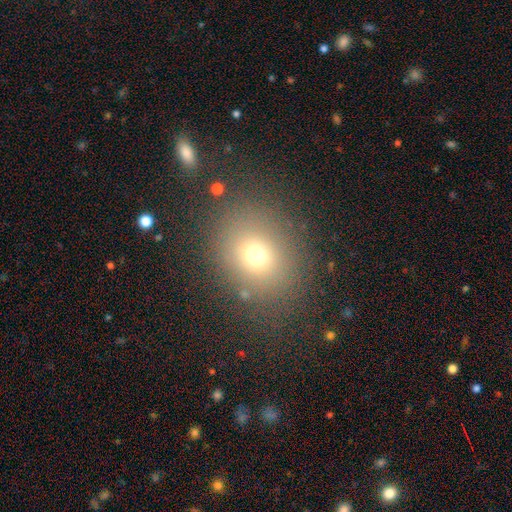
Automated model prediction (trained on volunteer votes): smooth-or-featured: smooth: 69% | star or artifact: 19% | featured or disk: 12%
  how-rounded: round: 64% | in between: 36% | cigar-shaped: 1%
  merging: none: 82% | minor disturbance: 10% | major disturbance: 6% | merger: 3%